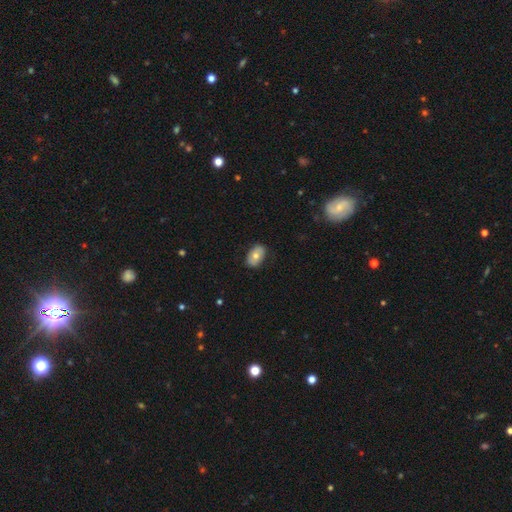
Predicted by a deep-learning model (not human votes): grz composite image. It shows a smooth galaxy with no disk features (69%) that is in between round and cigar-shaped (88%). Merging: none (82%).